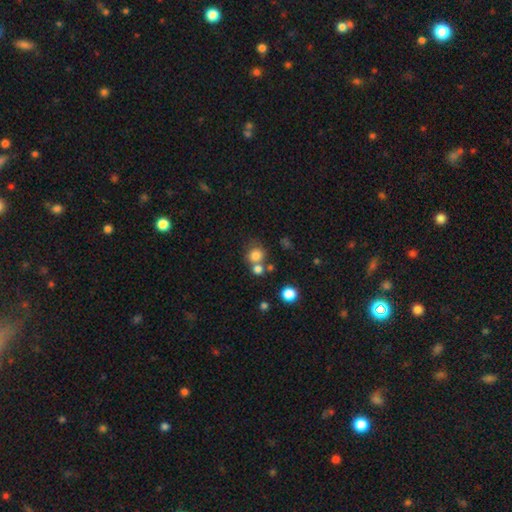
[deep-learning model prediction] Morphology: type=smooth (79%); roundness=round (81%); merging=none (52%).